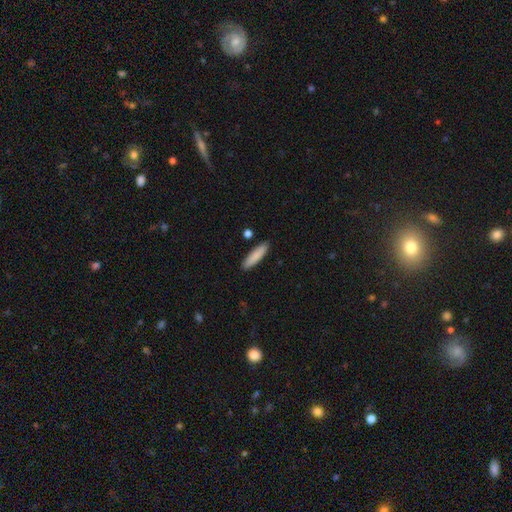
Smooth or featured? 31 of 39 (79%) said smooth. How rounded? 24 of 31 (77%) said cigar-shaped. Merging? 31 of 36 (86%) said none.